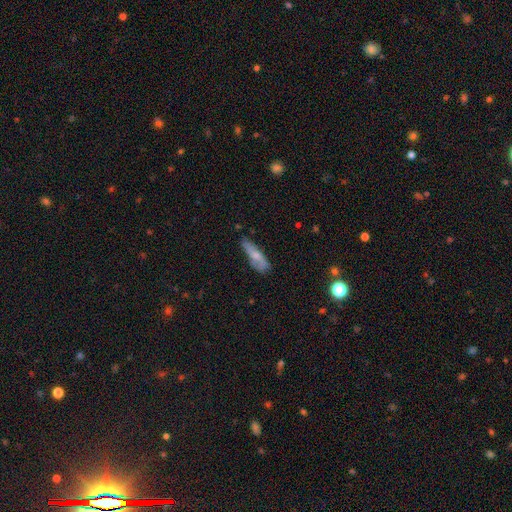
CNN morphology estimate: smooth_or_featured: smooth (p=0.56) [alt: featured or disk p=0.37]
how_rounded: cigar-shaped (p=0.54) [alt: in between p=0.43]
merging: none (p=0.59) [alt: minor disturbance p=0.29]